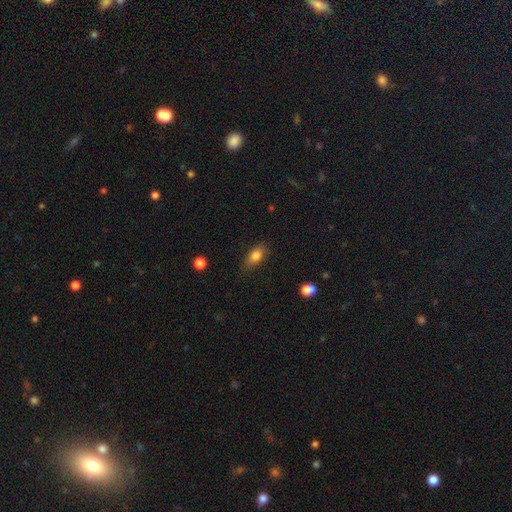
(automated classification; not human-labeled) The model was most divided on "merging": none: 78%, minor disturbance: 17%, major disturbance: 4%, merger: 1%. More confident: how rounded — in between (84%); smooth or featured — smooth (81%).